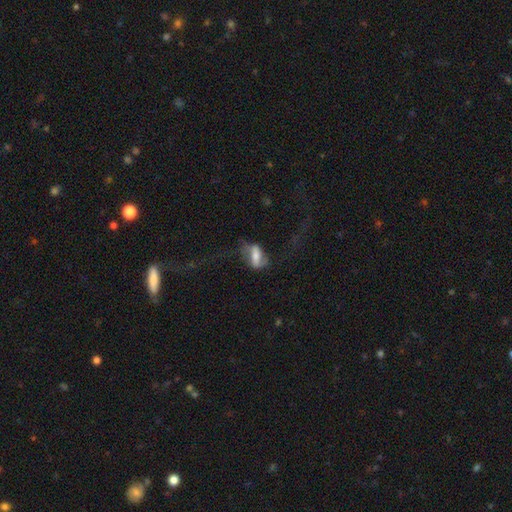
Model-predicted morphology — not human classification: type=featured or disk (49%); merging=major disturbance (41%).